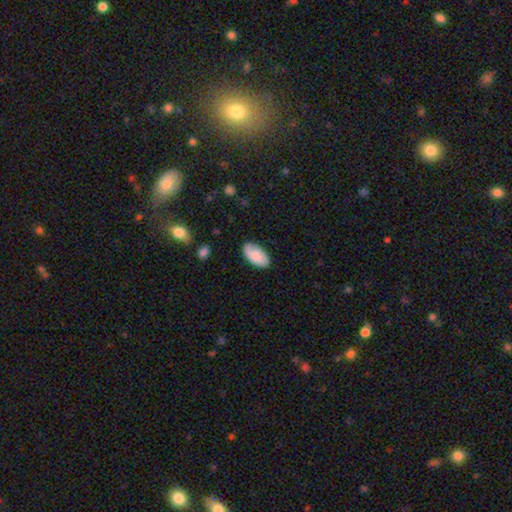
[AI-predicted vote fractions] smooth-or-featured: smooth: 77% | featured or disk: 17% | star or artifact: 6%
  how-rounded: in between: 96% | round: 2% | cigar-shaped: 2%
  merging: none: 79% | minor disturbance: 16% | major disturbance: 4% | merger: 1%